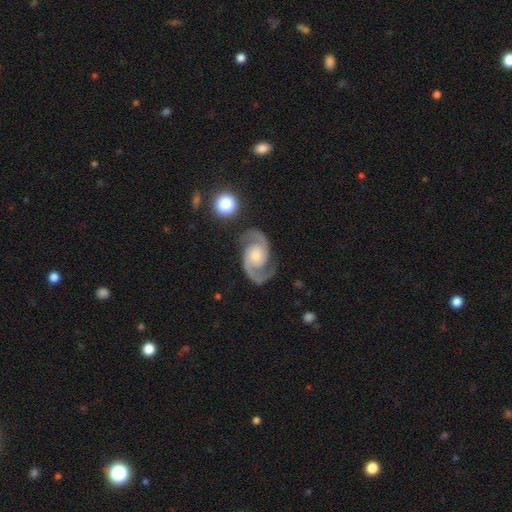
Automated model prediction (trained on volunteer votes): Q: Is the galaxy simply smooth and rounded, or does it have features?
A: featured or disk — 93%.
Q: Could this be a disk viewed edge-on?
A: no — 98%.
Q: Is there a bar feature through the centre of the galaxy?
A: no — 66%.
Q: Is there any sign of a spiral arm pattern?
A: yes — 98%.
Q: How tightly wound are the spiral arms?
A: medium — 58%.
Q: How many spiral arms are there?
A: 2 — 94%.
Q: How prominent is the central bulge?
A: moderate — 51%.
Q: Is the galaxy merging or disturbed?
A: none — 81%.